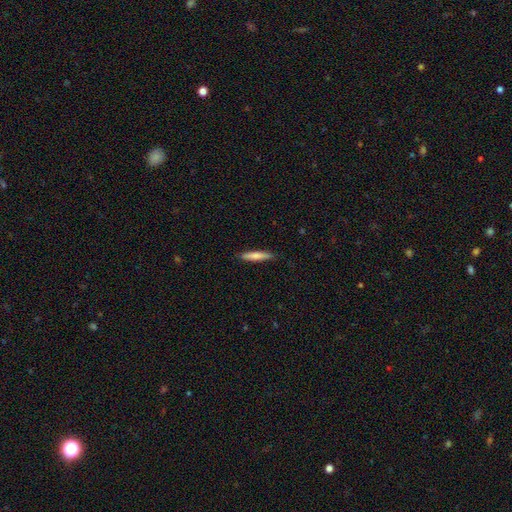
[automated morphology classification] type=smooth (76%); roundness=cigar-shaped (89%); merging=none (88%).